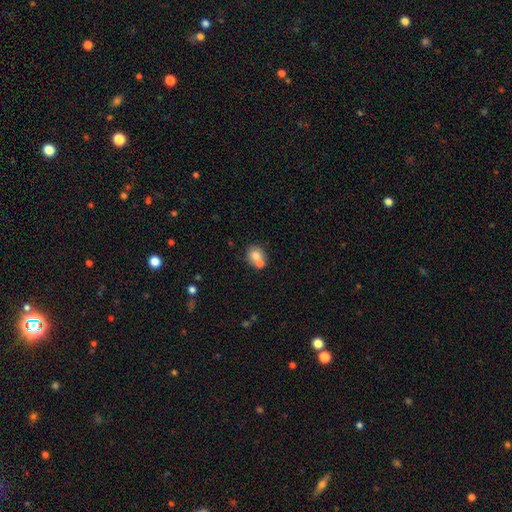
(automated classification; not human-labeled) smooth-or-featured: smooth: 73% | featured or disk: 16% | star or artifact: 10%
  how-rounded: round: 78% | in between: 21% | cigar-shaped: 1%
  merging: none: 45% | merger: 44% | minor disturbance: 8% | major disturbance: 3%